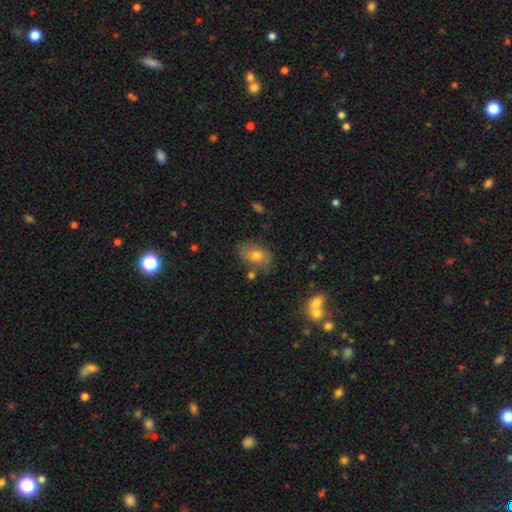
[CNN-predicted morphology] The model was most divided on "smooth or featured": smooth: 58%, featured or disk: 33%, star or artifact: 9%. More confident: how rounded — in between (83%); merging — none (67%).